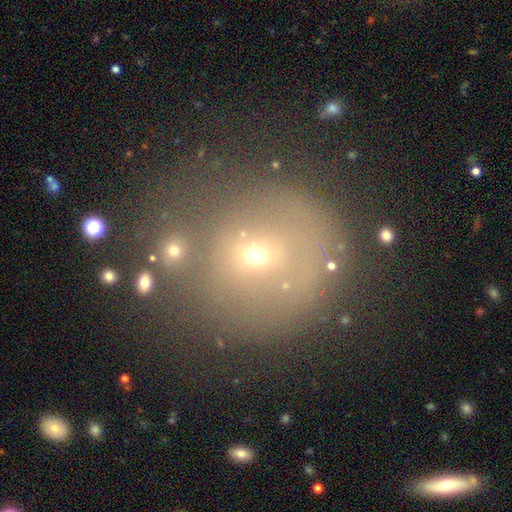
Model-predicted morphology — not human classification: type=smooth (58%); roundness=round (83%); merging=none (54%).